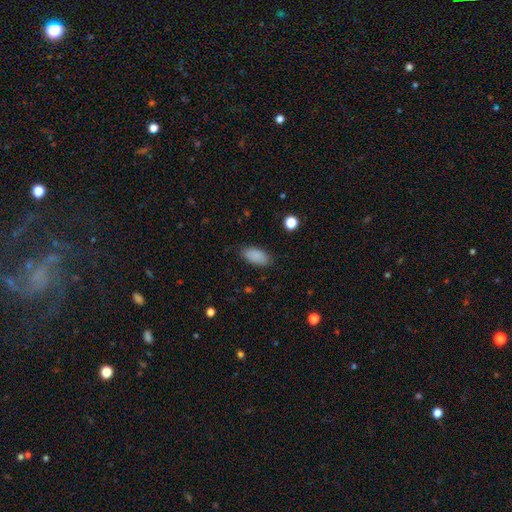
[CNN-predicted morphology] This is clearly a smooth galaxy (88%). How rounded: clearly in between (92%). Merging: clearly none (82%).